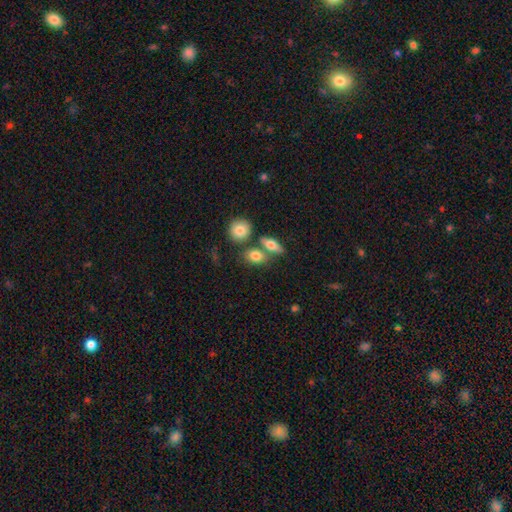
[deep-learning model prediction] Smooth or featured: smooth — 78% (featured or disk — 14%)
How rounded: in between — 68% (round — 27%)
Merging: none — 54% (merger — 30%)